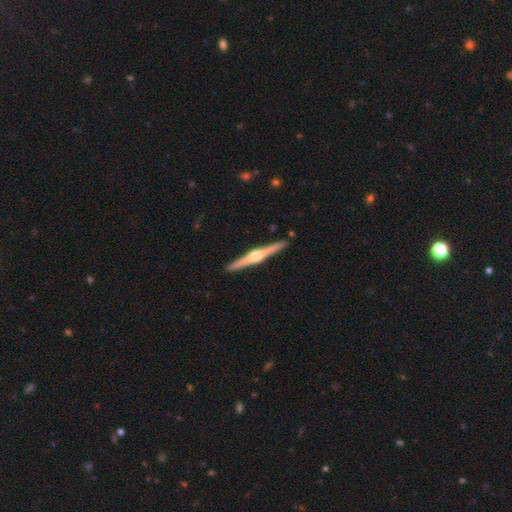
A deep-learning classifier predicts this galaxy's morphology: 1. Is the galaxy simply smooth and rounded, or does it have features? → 82% featured or disk, 14% smooth, 5% star or artifact.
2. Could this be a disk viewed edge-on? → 99% yes, 1% no.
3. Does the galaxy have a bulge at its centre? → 91% rounded, 6% boxy, 3% none.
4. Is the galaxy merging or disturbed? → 92% none, 6% minor disturbance, 1% major disturbance, 1% merger.